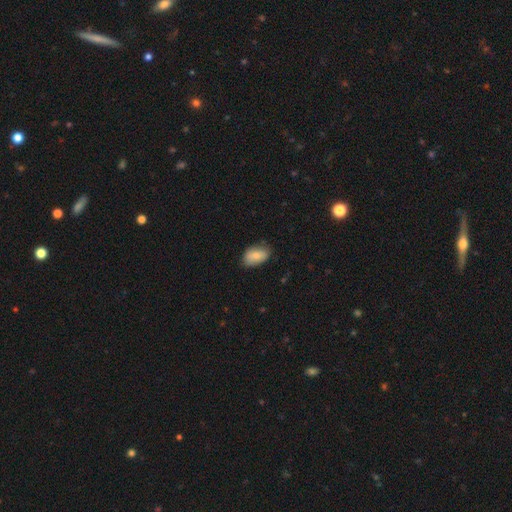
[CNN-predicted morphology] A smooth galaxy with no disk features (79%) that is in between round and cigar-shaped (90%). Merging: none (71%).